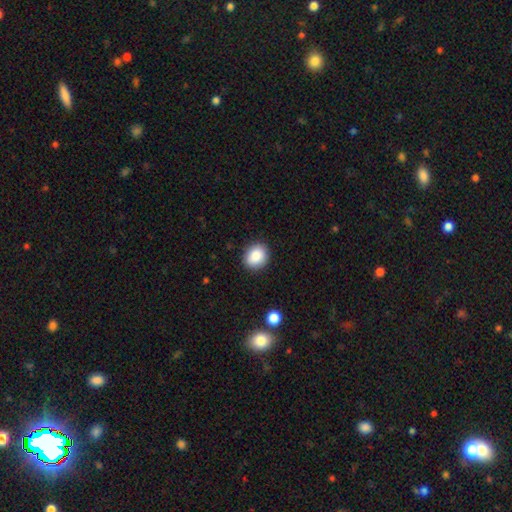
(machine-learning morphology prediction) Overall: smooth (86%). How rounded: round (63%; in between 36%). Merging: none (88%).